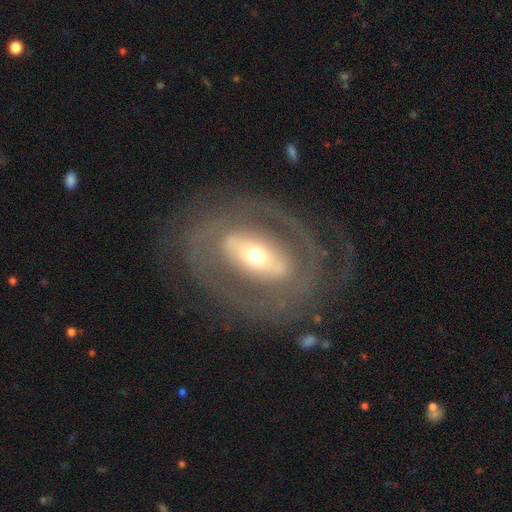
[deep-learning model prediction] A featured or disk galaxy (81%) with a strong bar (50%), 2 (56%) tight (56%) spiral arms (68%) and a moderate central bulge (46%).

Vote fractions:
- Smooth or featured? featured or disk: 81% / smooth: 14% / star or artifact: 6%
- Edge-on disk? no: 93% / yes: 7%
- Bar? strong: 50% / weak: 25% / no: 25%
- Spiral arms? yes: 68% / no: 32%
- Spiral winding? tight: 56% / medium: 31% / loose: 13%
- Spiral arm count? 2: 56% / can't tell: 26% / 3: 7% / 1: 6% / 4: 3% / more than 4: 3%
- Bulge size? moderate: 46% / small: 43% / large: 8% / dominant: 2% / none: 1%
- Merging? none: 74% / minor disturbance: 13% / major disturbance: 11% / merger: 2%